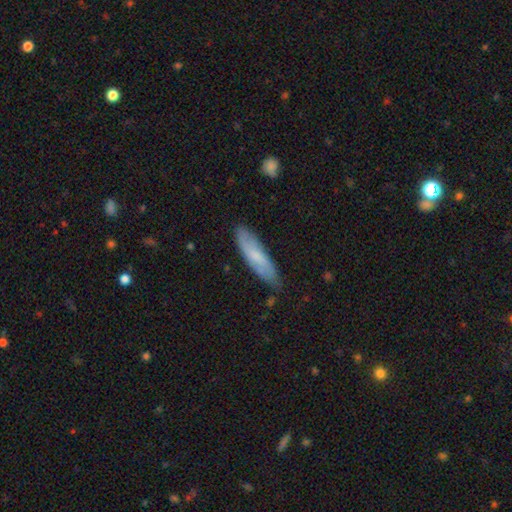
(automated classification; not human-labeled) A smooth galaxy with no disk features (65%) that is cigar-shaped (68%). Merging: none (80%).